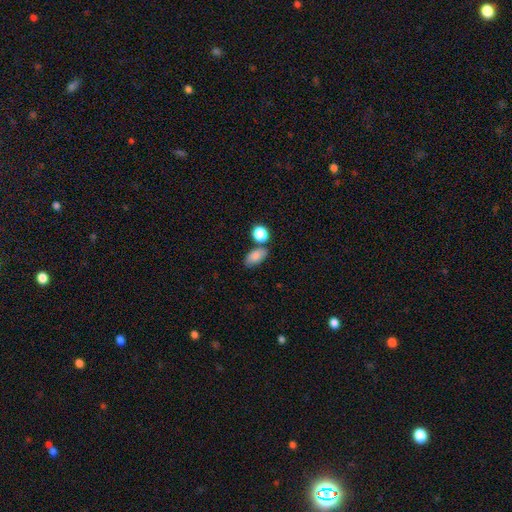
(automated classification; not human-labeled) Smooth or featured? Predicted: smooth (p=0.84). How rounded? Predicted: in between (p=0.89). Merging? Predicted: none (p=0.63).